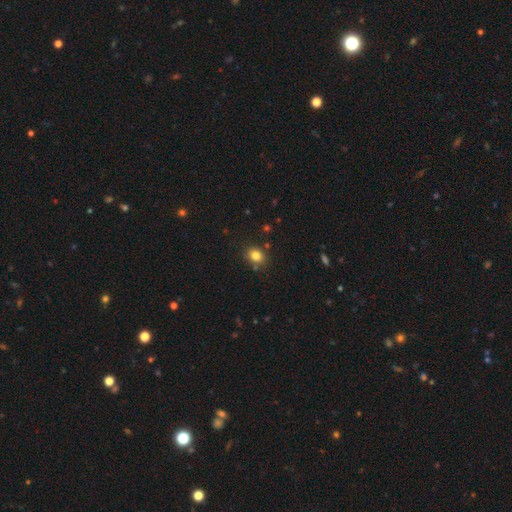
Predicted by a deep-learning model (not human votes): Smooth or featured? smooth (82%)
How rounded? round (54%)
Merging? none (80%)